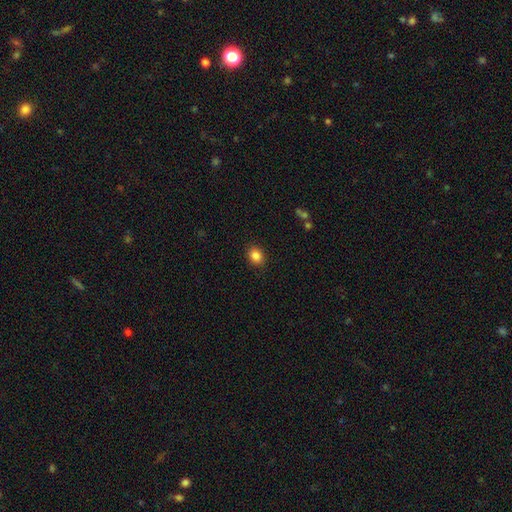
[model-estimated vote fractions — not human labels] smooth-or-featured: smooth: 86% | star or artifact: 10% | featured or disk: 4%
  how-rounded: round: 51% | in between: 48% | cigar-shaped: 1%
  merging: none: 89% | minor disturbance: 7% | major disturbance: 2% | merger: 1%